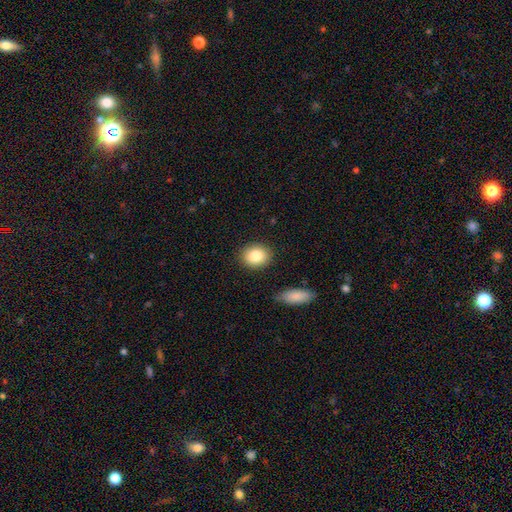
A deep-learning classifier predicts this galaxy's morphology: This appears to be a smooth galaxy with no disk features (85%) that is round (53%). Merging: none (86%).